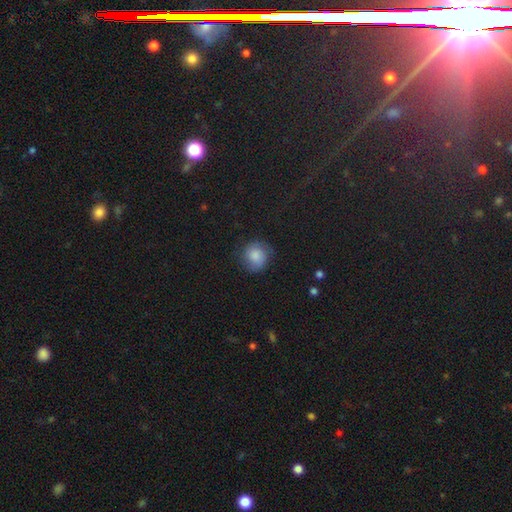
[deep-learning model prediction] A smooth galaxy with no disk features (69%) that is round (85%). Merging: none (74%).